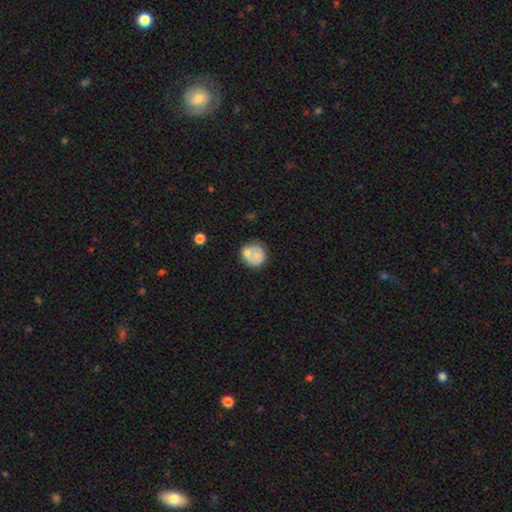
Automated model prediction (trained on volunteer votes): Morphology: type=smooth (60%); roundness=round (88%); merging=none (59%).